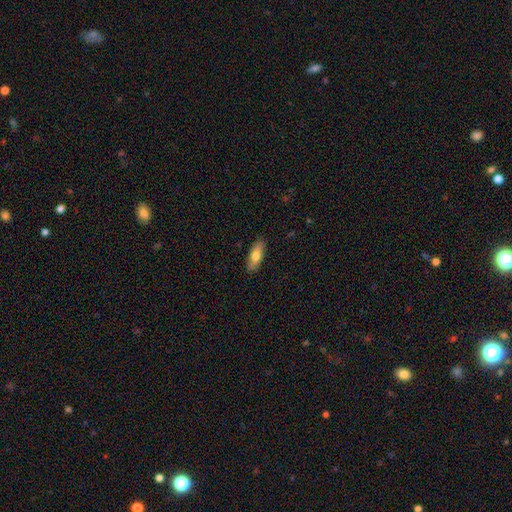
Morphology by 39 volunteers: Smooth or featured: smooth — 79% (featured or disk — 15%)
How rounded: in between — 74% (cigar-shaped — 23%)
Merging: none — 81% (minor disturbance — 16%)